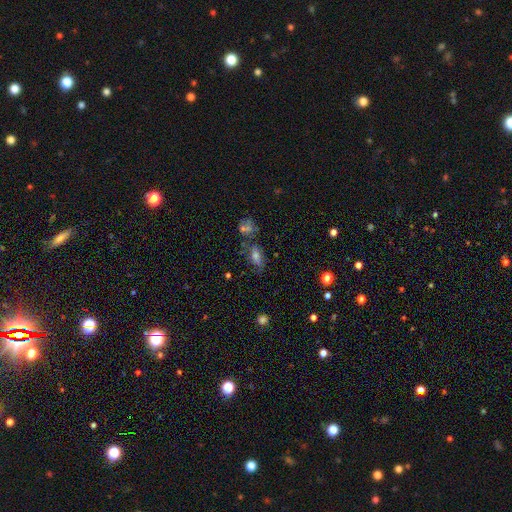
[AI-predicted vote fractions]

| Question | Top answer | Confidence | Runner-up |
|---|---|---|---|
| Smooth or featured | smooth | 44% | featured or disk (34%) |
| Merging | none | 58% | minor disturbance (19%) |